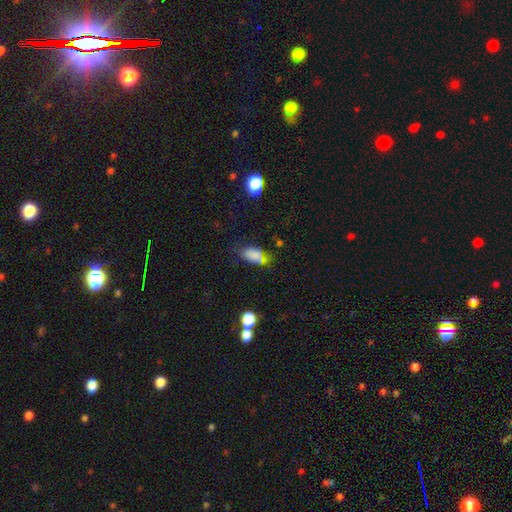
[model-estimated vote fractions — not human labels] Q: Smooth or featured?
A: smooth (79%); runner-up: star or artifact (11%)
Q: How rounded?
A: in between (89%); runner-up: cigar-shaped (6%)
Q: Merging?
A: none (58%); runner-up: minor disturbance (27%)